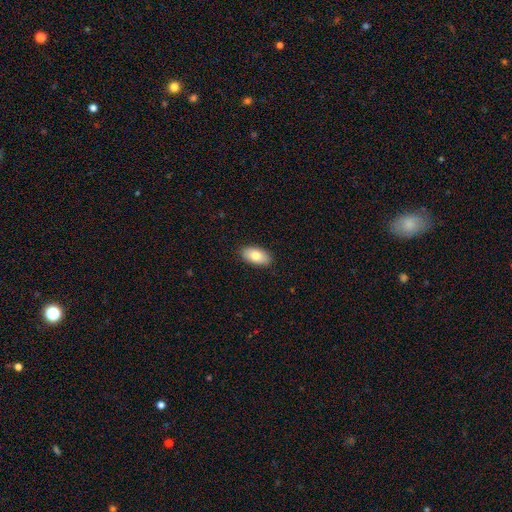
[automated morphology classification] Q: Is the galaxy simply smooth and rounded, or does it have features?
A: smooth — 79%.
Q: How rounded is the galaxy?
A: in between — 94%.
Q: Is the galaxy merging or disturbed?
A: none — 89%.